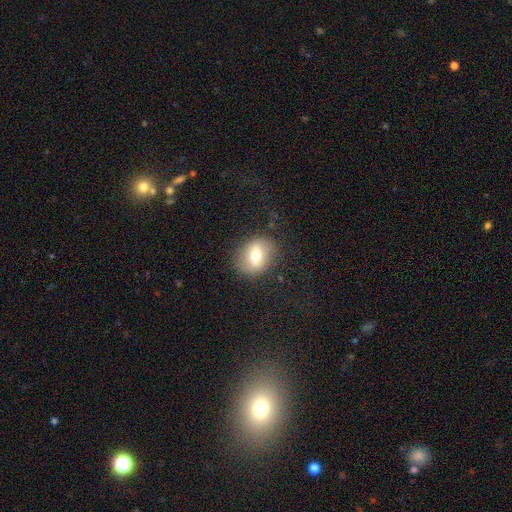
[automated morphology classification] Smooth or featured: smooth — 61% (featured or disk — 30%)
How rounded: round — 58% (in between — 40%)
Merging: none — 84% (minor disturbance — 10%)